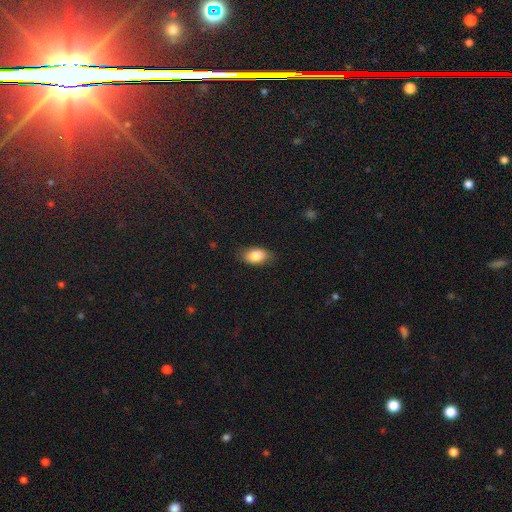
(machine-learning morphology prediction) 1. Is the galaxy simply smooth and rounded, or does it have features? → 86% smooth, 7% featured or disk, 7% star or artifact.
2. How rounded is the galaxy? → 92% in between, 6% round, 3% cigar-shaped.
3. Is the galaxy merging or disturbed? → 81% none, 14% minor disturbance, 3% major disturbance, 1% merger.